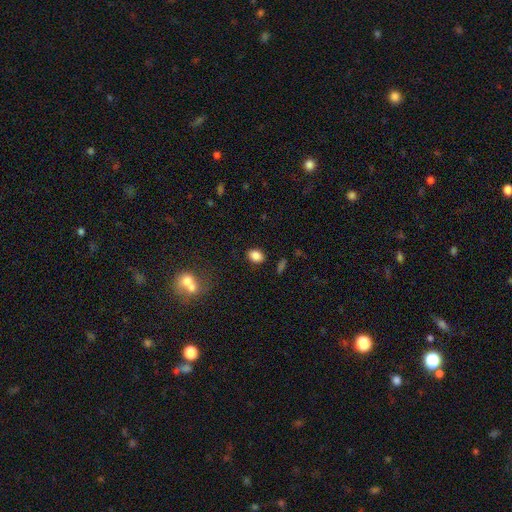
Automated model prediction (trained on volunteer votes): This appears to be a smooth galaxy with no disk features (85%) that is in between round and cigar-shaped (64%). Merging: none (84%).